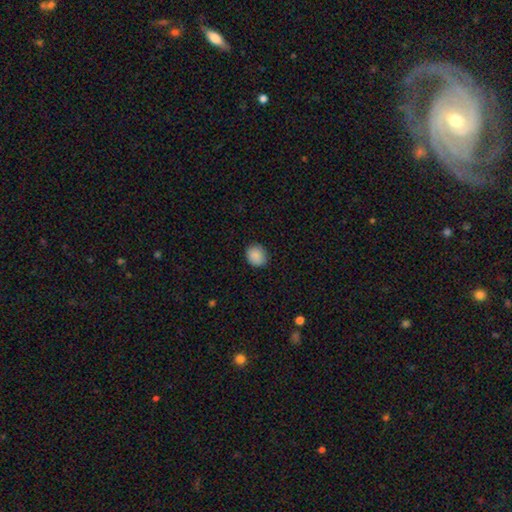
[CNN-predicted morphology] This appears to be a smooth galaxy with no disk features (89%) that is round (66%). Merging: none (88%).